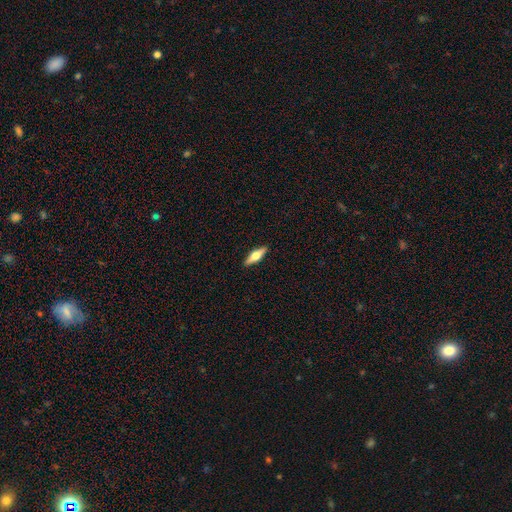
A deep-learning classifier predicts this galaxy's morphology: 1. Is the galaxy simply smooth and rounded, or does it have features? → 49% featured or disk, 45% smooth, 6% star or artifact.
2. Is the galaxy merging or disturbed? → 91% none, 7% minor disturbance, 2% major disturbance, 1% merger.